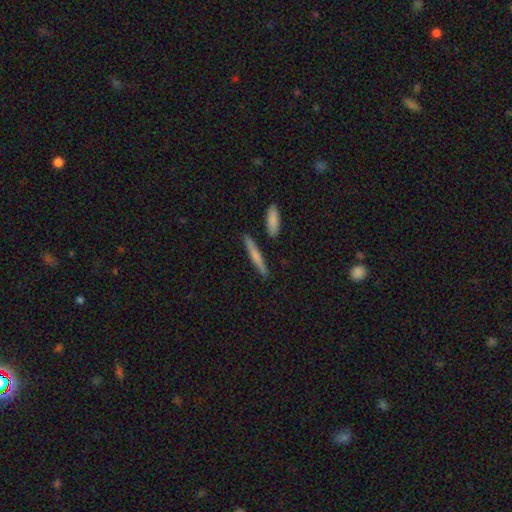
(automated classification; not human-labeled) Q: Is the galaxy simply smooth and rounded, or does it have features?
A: smooth — 59%.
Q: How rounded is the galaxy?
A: cigar-shaped — 93%.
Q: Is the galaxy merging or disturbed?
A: none — 87%.